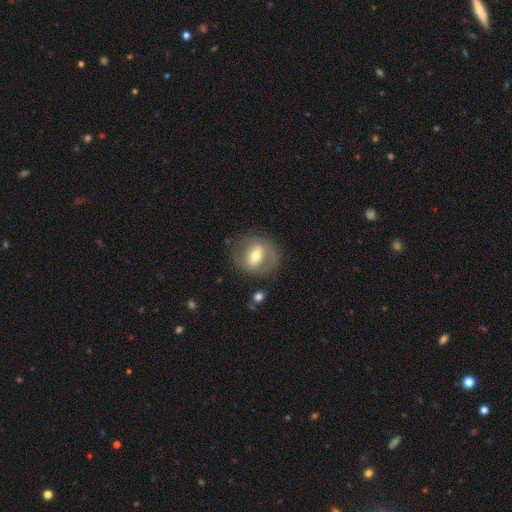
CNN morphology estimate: Q: Smooth or featured?
A: featured or disk (47%); runner-up: smooth (46%)
Q: Merging?
A: none (75%); runner-up: minor disturbance (15%)